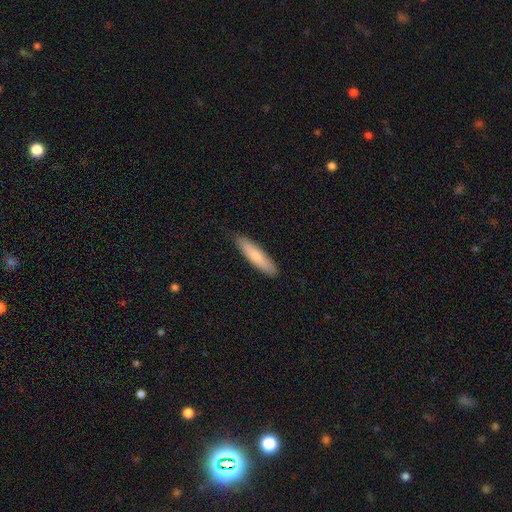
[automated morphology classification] smooth 79%, featured or disk 16%, star or artifact 5%. Down the decision tree: how rounded — cigar-shaped (80%); merging — none (89%).